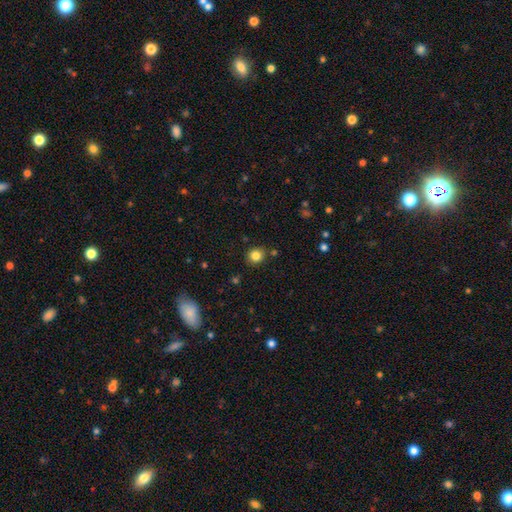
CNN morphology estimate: This is clearly a smooth galaxy (83%). How rounded: clearly round (86%). Merging: clearly none (86%).